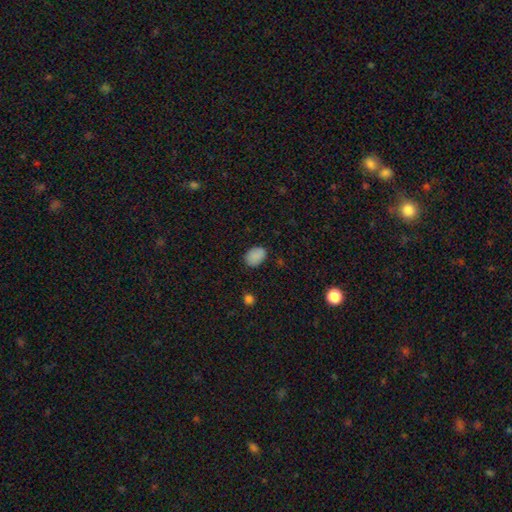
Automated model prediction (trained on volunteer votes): smooth_or_featured: smooth (p=0.86) [alt: star or artifact p=0.09]
how_rounded: in between (p=0.77) [alt: round p=0.22]
merging: none (p=0.80) [alt: minor disturbance p=0.15]